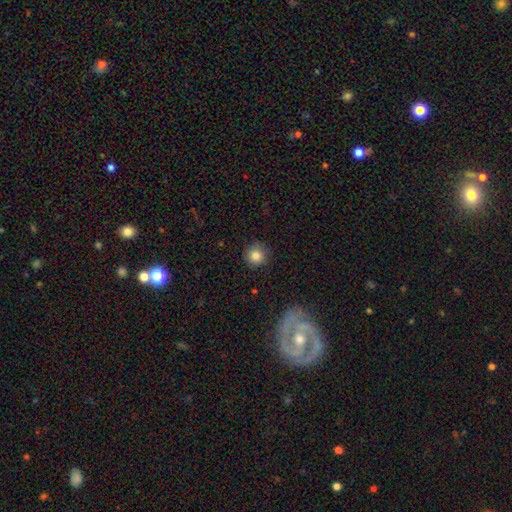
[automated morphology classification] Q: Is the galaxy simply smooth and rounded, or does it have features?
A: smooth — 84%.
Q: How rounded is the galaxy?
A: round — 94%.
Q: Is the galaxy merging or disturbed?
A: none — 87%.